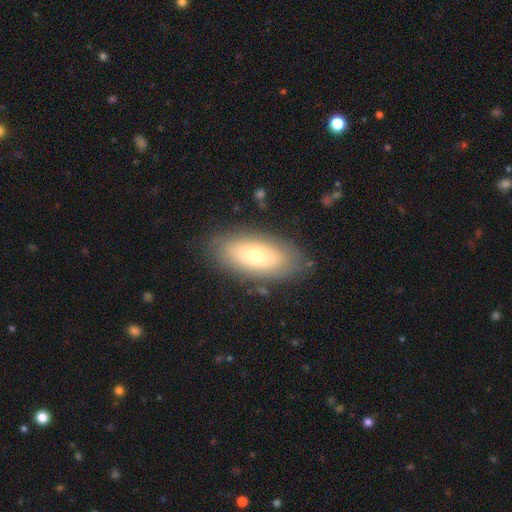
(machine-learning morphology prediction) smooth-or-featured: smooth: 61% | featured or disk: 31% | star or artifact: 8%
  how-rounded: in between: 88% | cigar-shaped: 8% | round: 4%
  merging: none: 82% | minor disturbance: 12% | major disturbance: 4% | merger: 2%